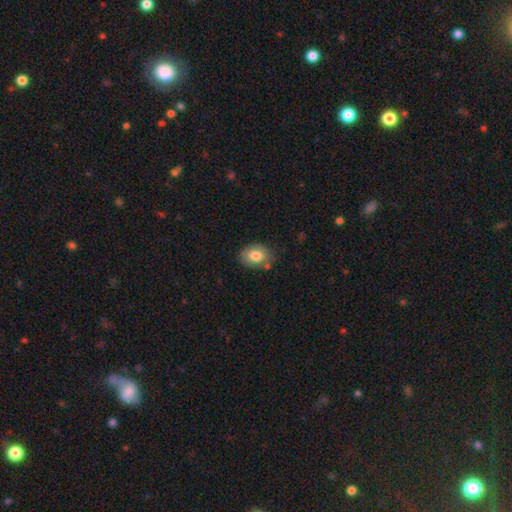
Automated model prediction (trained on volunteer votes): This appears to be a smooth galaxy with no disk features (77%) that is in between round and cigar-shaped (73%). Merging: none (73%).